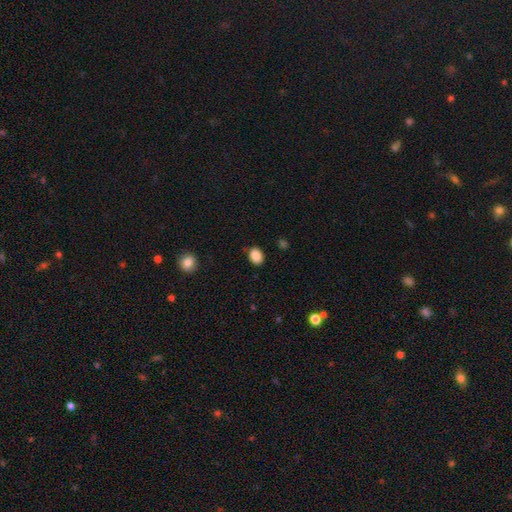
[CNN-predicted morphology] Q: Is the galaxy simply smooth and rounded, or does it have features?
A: smooth — 88%.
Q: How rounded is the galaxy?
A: in between — 61%.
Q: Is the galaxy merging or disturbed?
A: none — 86%.